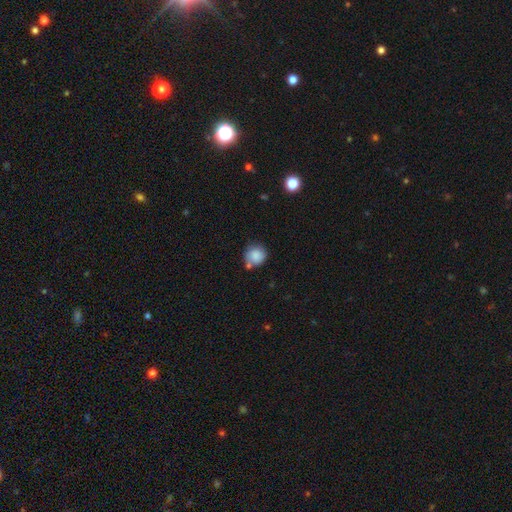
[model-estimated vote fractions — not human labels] This is clearly a smooth galaxy (85%). How rounded: clearly round (88%). Merging: possibly none (58%).